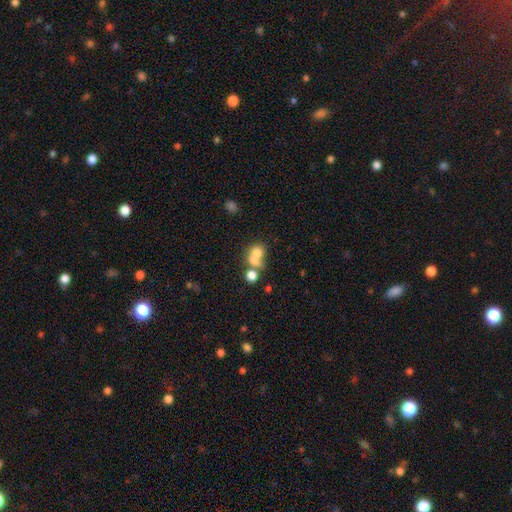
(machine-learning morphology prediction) Smooth or featured?
  - smooth: 70% *
  - featured or disk: 17%
  - star or artifact: 13%
How rounded?
  - round: 61% *
  - in between: 38%
  - cigar-shaped: 1%
Merging?
  - merger: 58% *
  - none: 26%
  - minor disturbance: 8%
  - major disturbance: 7%